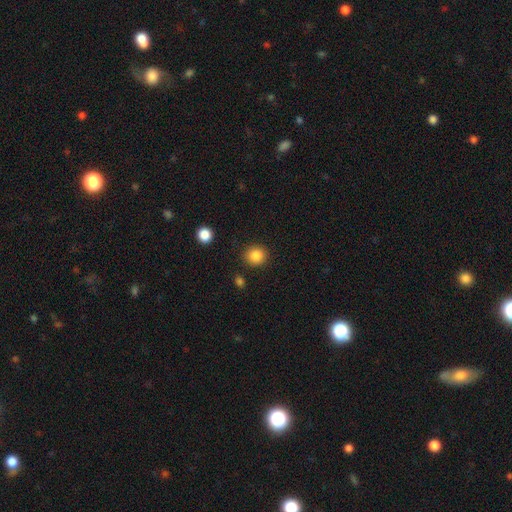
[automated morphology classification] Smooth or featured? Predicted: smooth (p=0.87). How rounded? Predicted: round (p=0.88). Merging? Predicted: none (p=0.88).